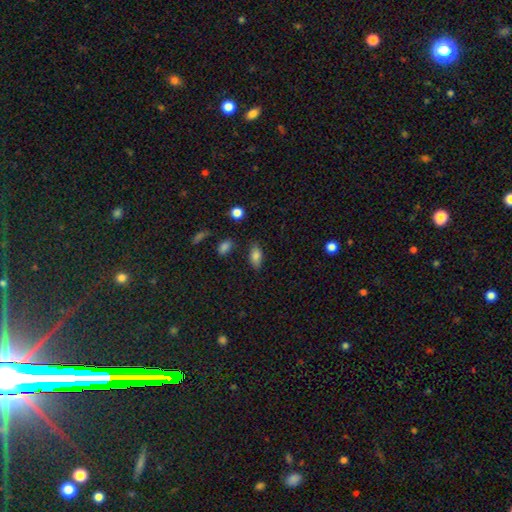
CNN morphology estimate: Smooth or featured?
  - smooth: 80% *
  - featured or disk: 11%
  - star or artifact: 9%
How rounded?
  - in between: 87% *
  - cigar-shaped: 9%
  - round: 5%
Merging?
  - none: 78% *
  - minor disturbance: 15%
  - major disturbance: 4%
  - merger: 3%